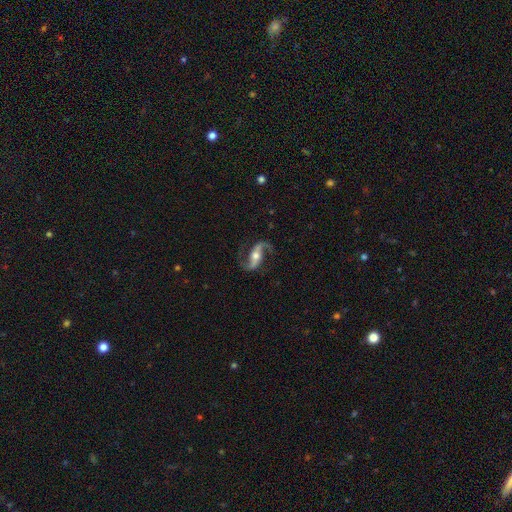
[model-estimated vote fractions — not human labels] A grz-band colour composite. It shows a featured or disk galaxy (90%) with a strong bar (44%), 2 (94%) loose (59%) spiral arms (97%) and a moderate central bulge (65%). Merging: none (81%).